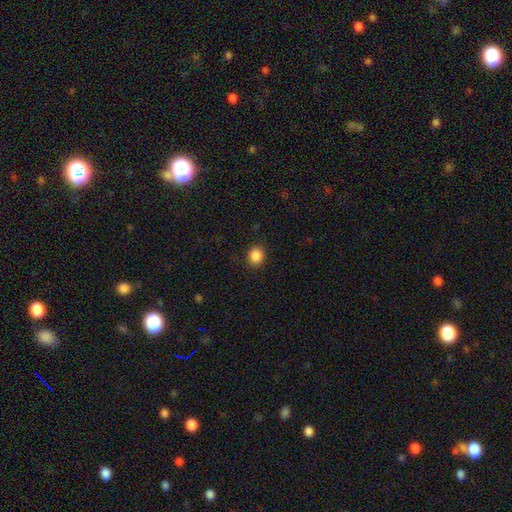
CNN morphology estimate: The model was most divided on "how rounded": round: 72%, in between: 27%, cigar-shaped: 1%. More confident: merging — none (89%); smooth or featured — smooth (87%).